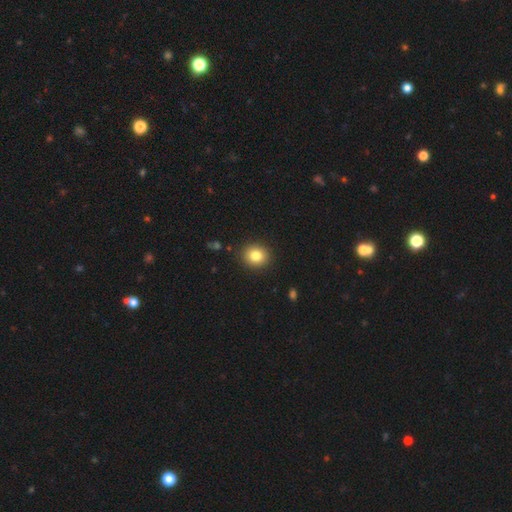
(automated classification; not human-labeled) This appears to be a smooth galaxy with no disk features (82%) that is round (78%). Merging: none (91%).